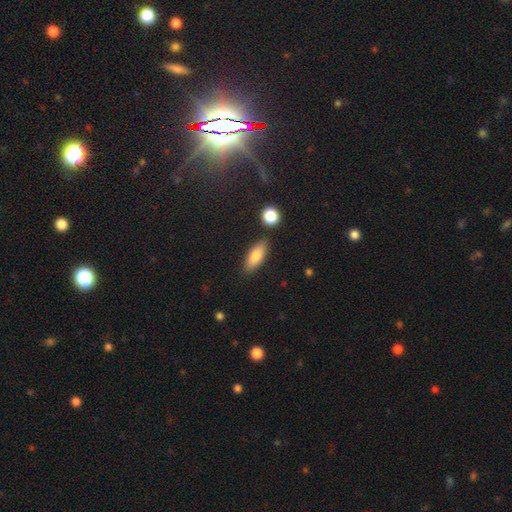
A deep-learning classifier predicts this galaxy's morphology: A smooth galaxy with no disk features (81%) that is in between round and cigar-shaped (73%).

Vote fractions:
- Smooth or featured? smooth: 81% / featured or disk: 12% / star or artifact: 7%
- How rounded? in between: 73% / cigar-shaped: 24% / round: 3%
- Merging? none: 83% / minor disturbance: 10% / merger: 4% / major disturbance: 2%